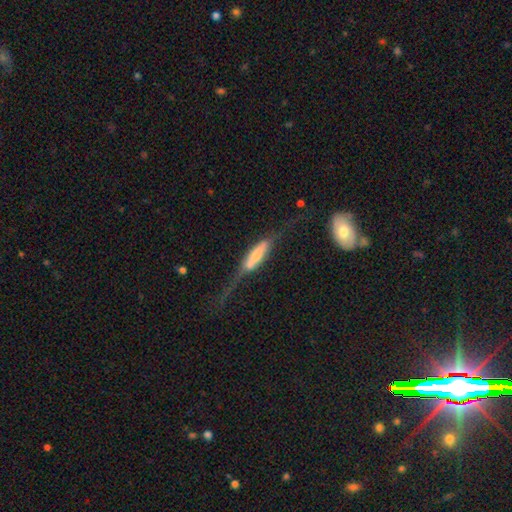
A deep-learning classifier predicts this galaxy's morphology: Smooth or featured?
  - smooth: 48% *
  - featured or disk: 45%
  - star or artifact: 6%
Merging?
  - major disturbance: 38% *
  - none: 32%
  - minor disturbance: 22%
  - merger: 8%